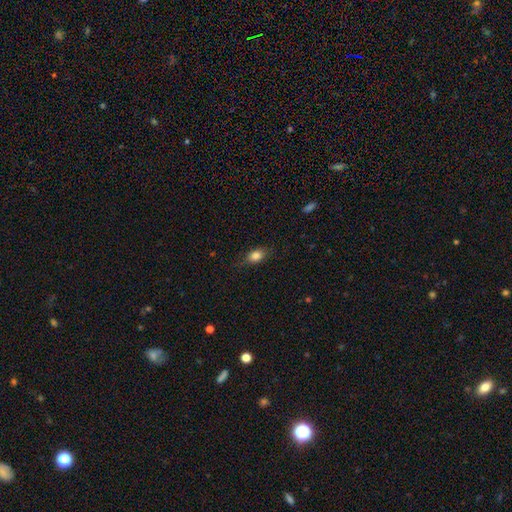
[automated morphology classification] Smooth or featured? smooth (83%)
How rounded? in between (75%)
Merging? none (75%)